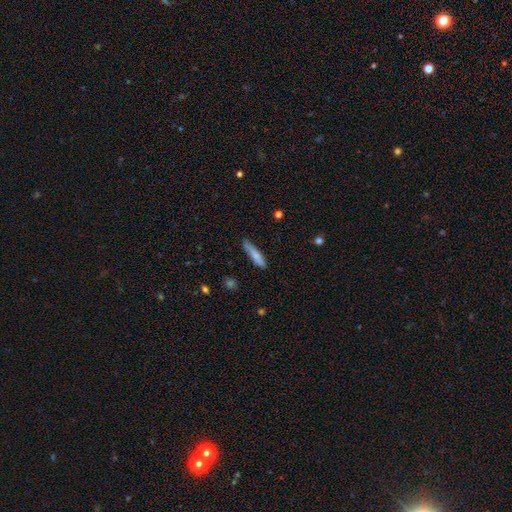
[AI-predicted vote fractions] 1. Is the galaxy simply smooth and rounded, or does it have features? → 75% smooth, 20% featured or disk, 6% star or artifact.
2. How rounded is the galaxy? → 87% cigar-shaped, 12% in between, 2% round.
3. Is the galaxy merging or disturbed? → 79% none, 16% minor disturbance, 3% major disturbance, 2% merger.